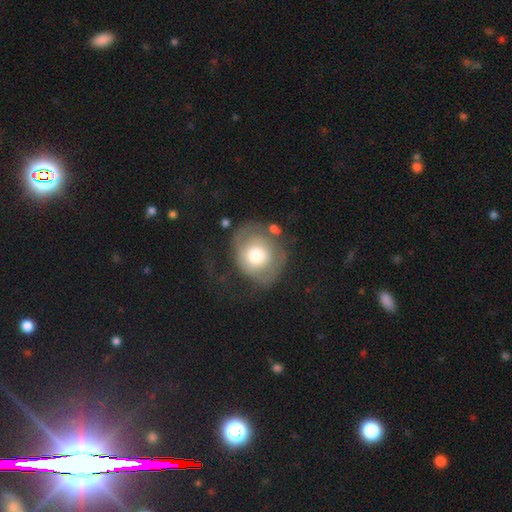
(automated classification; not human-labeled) Smooth or featured? Predicted: smooth (p=0.51). How rounded? Predicted: round (p=0.74). Merging? Predicted: none (p=0.37).